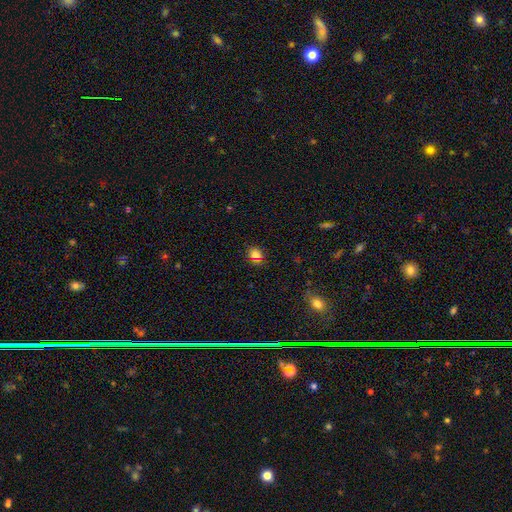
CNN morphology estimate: A smooth galaxy with no disk features (76%) that is round (63%).

Vote fractions:
- Smooth or featured? smooth: 76% / star or artifact: 17% / featured or disk: 7%
- How rounded? round: 63% / in between: 36% / cigar-shaped: 1%
- Merging? none: 83% / minor disturbance: 11% / major disturbance: 3% / merger: 2%